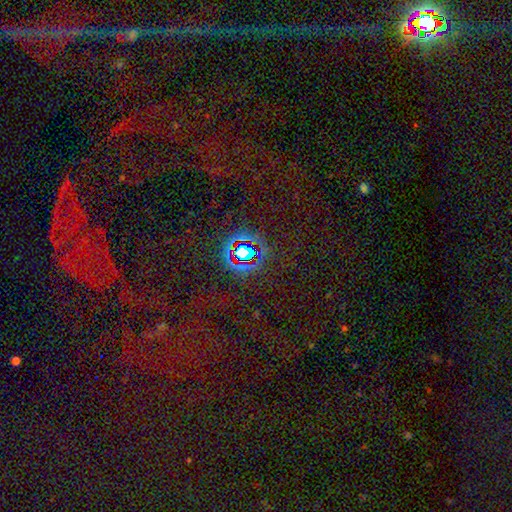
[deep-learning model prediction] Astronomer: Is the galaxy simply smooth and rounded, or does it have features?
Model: star or artifact — 78%.